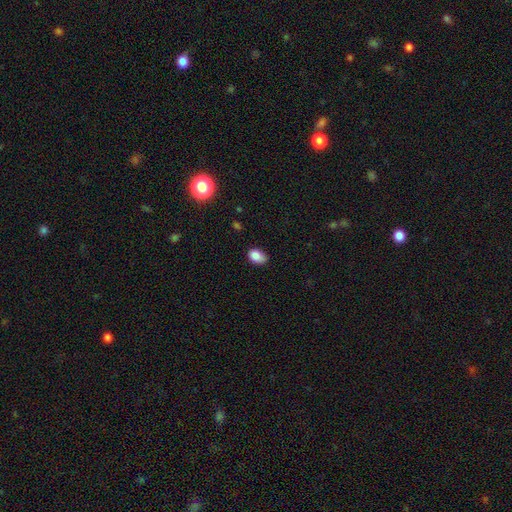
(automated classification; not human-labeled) smooth 85%, star or artifact 10%, featured or disk 6%. Down the decision tree: how rounded — in between (83%); merging — none (63%).